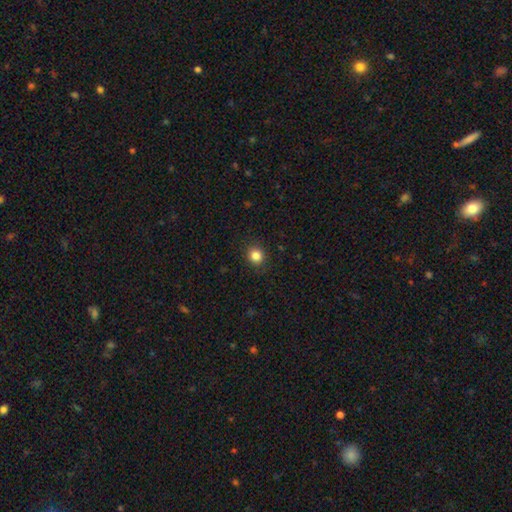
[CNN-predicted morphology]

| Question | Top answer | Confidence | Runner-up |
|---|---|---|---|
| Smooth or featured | smooth | 84% | star or artifact (11%) |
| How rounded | round | 83% | in between (16%) |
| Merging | none | 89% | minor disturbance (7%) |